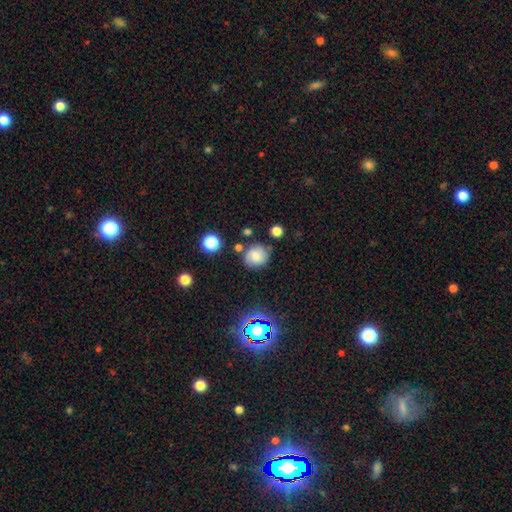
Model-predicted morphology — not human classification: Smooth or featured?
  - smooth: 69% *
  - featured or disk: 18%
  - star or artifact: 14%
How rounded?
  - round: 81% *
  - in between: 18%
  - cigar-shaped: 1%
Merging?
  - none: 74% *
  - minor disturbance: 15%
  - merger: 6%
  - major disturbance: 4%